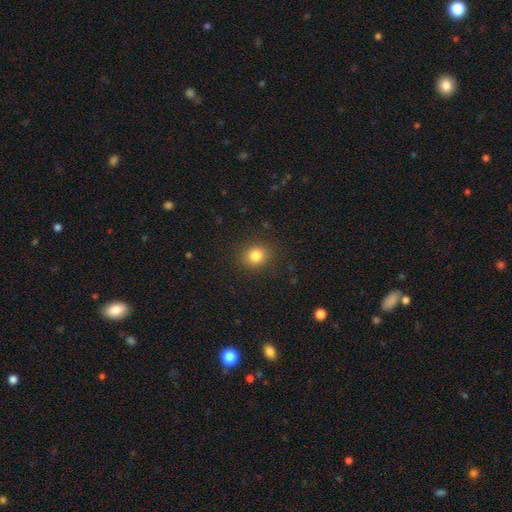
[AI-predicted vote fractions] Smooth or featured?
  - smooth: 82% *
  - star or artifact: 12%
  - featured or disk: 6%
How rounded?
  - round: 73% *
  - in between: 26%
  - cigar-shaped: 1%
Merging?
  - none: 88% *
  - minor disturbance: 8%
  - major disturbance: 3%
  - merger: 1%